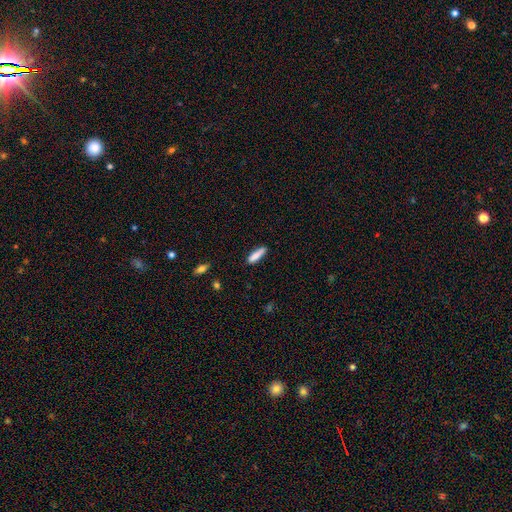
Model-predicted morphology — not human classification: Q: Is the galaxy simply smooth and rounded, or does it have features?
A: smooth — 82%.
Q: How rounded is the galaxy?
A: cigar-shaped — 71%.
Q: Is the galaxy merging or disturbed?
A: none — 78%.